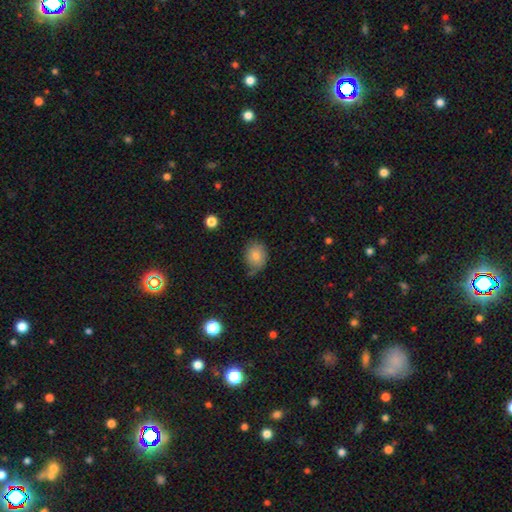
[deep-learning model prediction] Overall: smooth (79%). How rounded: round (55%; in between 44%). Merging: none (67%).